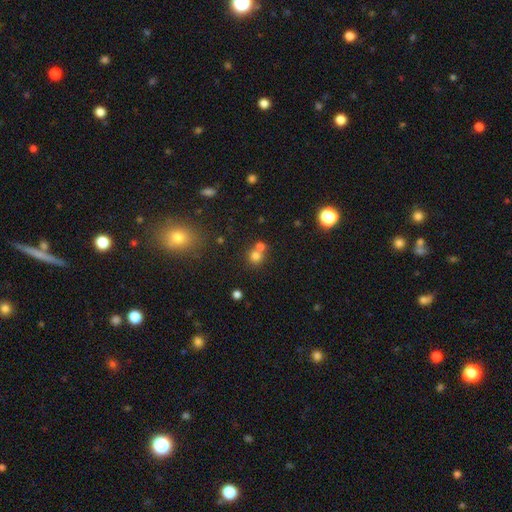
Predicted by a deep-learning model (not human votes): smooth 74%, star or artifact 16%, featured or disk 10%. Down the decision tree: how rounded — round (87%); merging — none (49%).